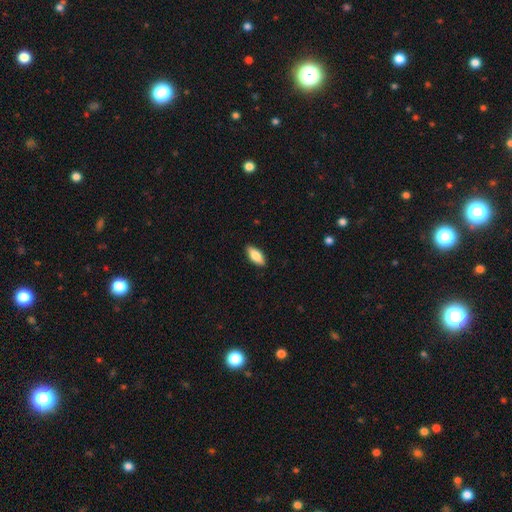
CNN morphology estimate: A smooth galaxy with no disk features (82%) that is in between round and cigar-shaped (81%).

Vote fractions:
- Smooth or featured? smooth: 82% / featured or disk: 12% / star or artifact: 6%
- How rounded? in between: 81% / cigar-shaped: 17% / round: 2%
- Merging? none: 88% / minor disturbance: 9% / major disturbance: 2% / merger: 1%